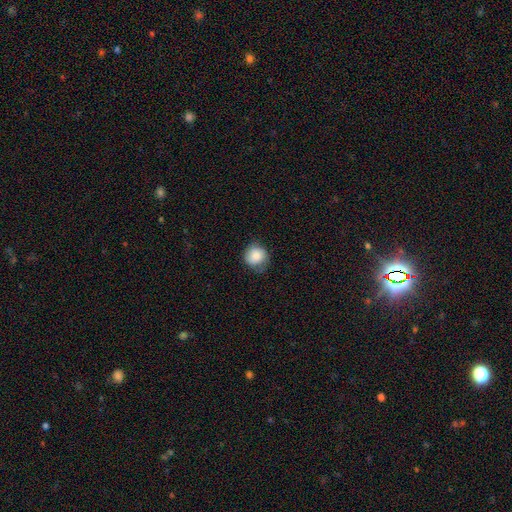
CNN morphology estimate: smooth-or-featured: smooth: 81% | featured or disk: 10% | star or artifact: 8%
  how-rounded: round: 87% | in between: 12% | cigar-shaped: 1%
  merging: none: 68% | minor disturbance: 25% | major disturbance: 6% | merger: 1%